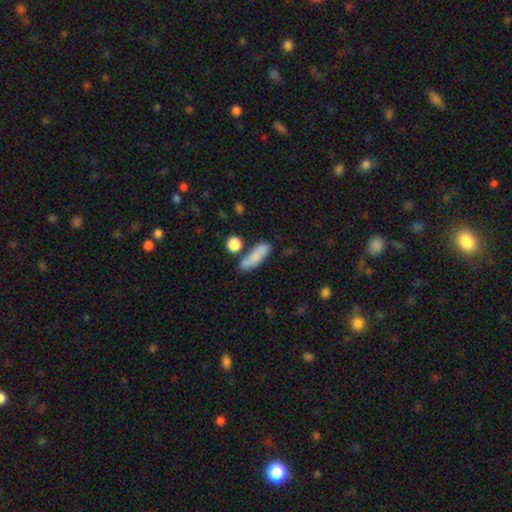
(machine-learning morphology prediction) This appears to be a smooth galaxy with no disk features (81%) that is cigar-shaped (52%). Merging: none (64%).